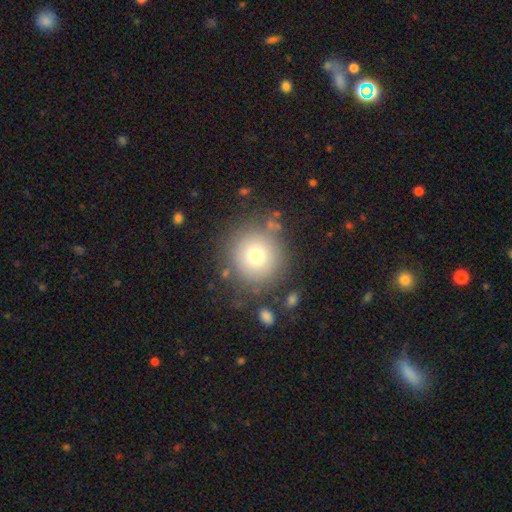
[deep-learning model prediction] Smooth or featured: smooth — 73% (featured or disk — 15%)
How rounded: round — 93% (in between — 6%)
Merging: none — 82% (minor disturbance — 10%)